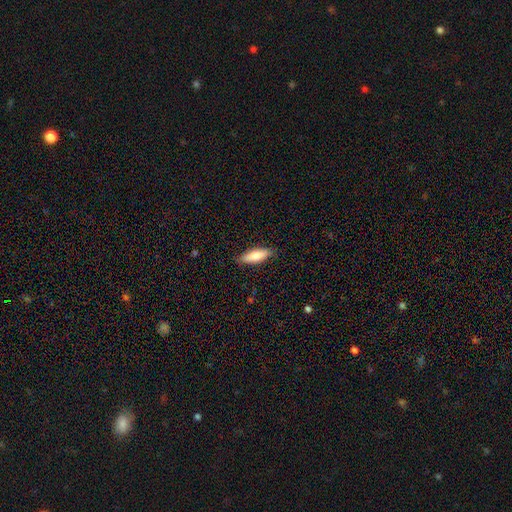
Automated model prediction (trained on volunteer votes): Smooth or featured? Predicted: smooth (p=0.79). How rounded? Predicted: in between (p=0.57). Merging? Predicted: none (p=0.85).